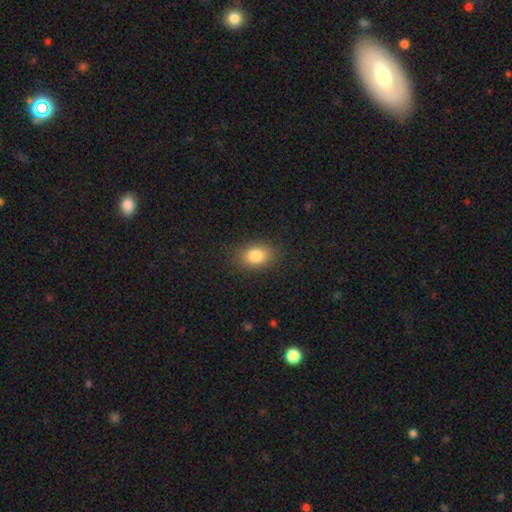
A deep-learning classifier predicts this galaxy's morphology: Overall: smooth (84%). How rounded: in between (77%). Merging: none (87%).